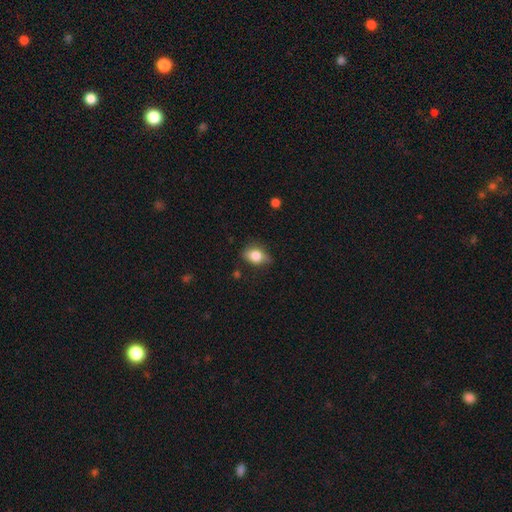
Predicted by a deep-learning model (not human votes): Overall: smooth (79%). How rounded: in between (73%). Merging: none (66%; minor disturbance 27%).